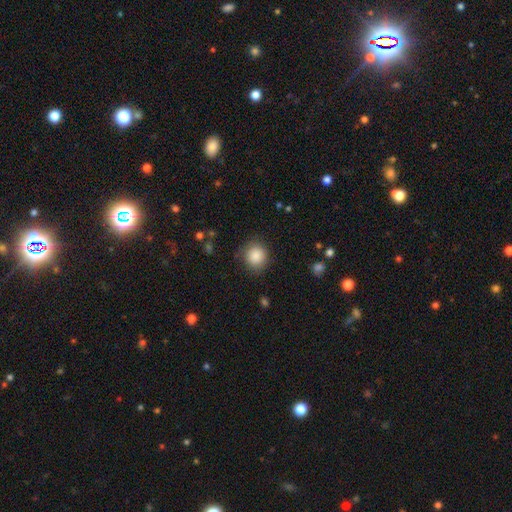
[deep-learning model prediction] Smooth or featured?
  - smooth: 87% *
  - star or artifact: 9%
  - featured or disk: 4%
How rounded?
  - round: 84% *
  - in between: 15%
  - cigar-shaped: 1%
Merging?
  - none: 85% *
  - minor disturbance: 11%
  - major disturbance: 3%
  - merger: 1%